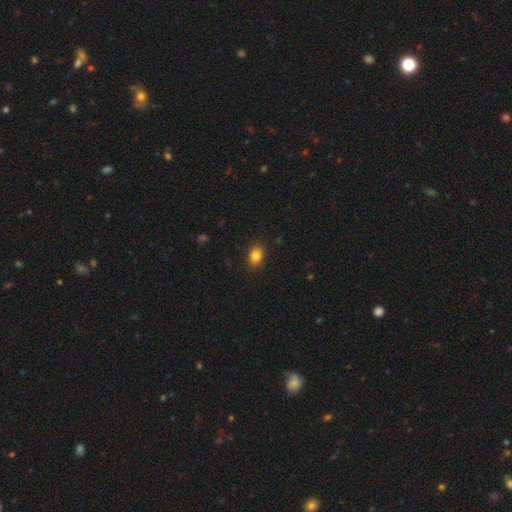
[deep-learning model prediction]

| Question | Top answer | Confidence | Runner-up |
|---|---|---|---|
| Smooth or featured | smooth | 83% | star or artifact (10%) |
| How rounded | in between | 71% | round (28%) |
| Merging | none | 89% | minor disturbance (8%) |